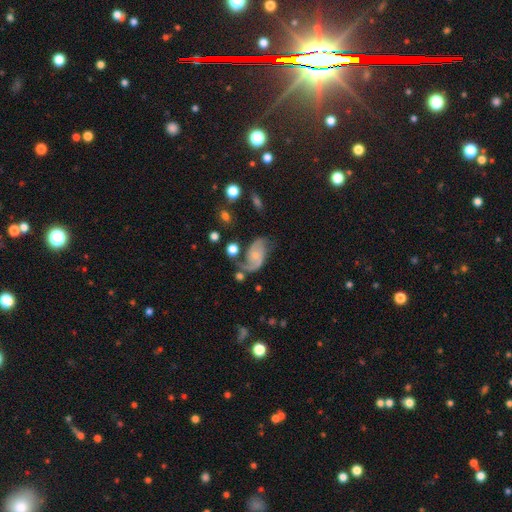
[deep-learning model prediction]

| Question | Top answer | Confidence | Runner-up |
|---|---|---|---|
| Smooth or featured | featured or disk | 75% | smooth (18%) |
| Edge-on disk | no | 97% | yes (3%) |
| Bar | no | 63% | weak (31%) |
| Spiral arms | yes | 92% | no (8%) |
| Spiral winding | loose | 46% | medium (40%) |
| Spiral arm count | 2 | 72% | 1 (19%) |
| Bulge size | small | 55% | moderate (25%) |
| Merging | none | 41% | minor disturbance (24%) |